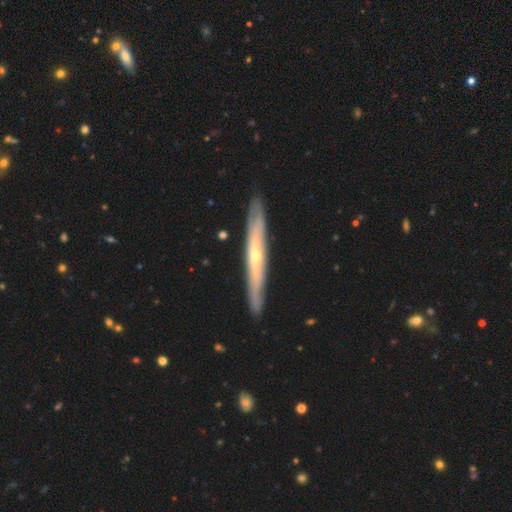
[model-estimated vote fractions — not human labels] A featured or disk galaxy (71%) viewed edge-on (85%) with a rounded central bulge (67%). Merging: none (89%).